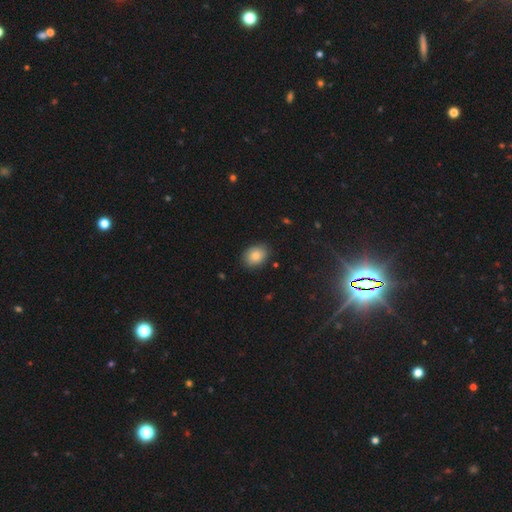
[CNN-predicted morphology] The model was most divided on "how rounded": in between: 67%, round: 32%, cigar-shaped: 1%. More confident: merging — none (86%); smooth or featured — smooth (84%).